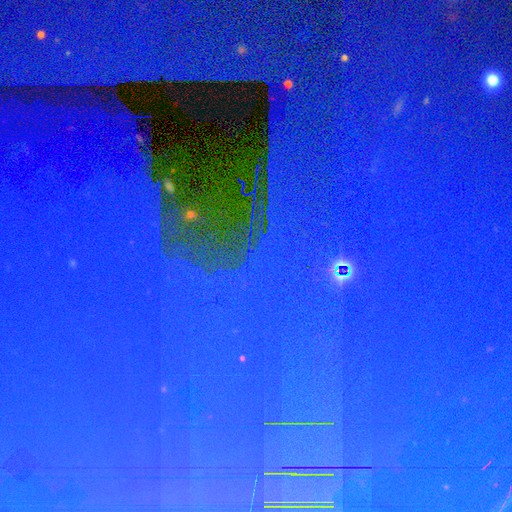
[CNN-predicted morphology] This is clearly a star or artifact rather than a galaxy (80%).